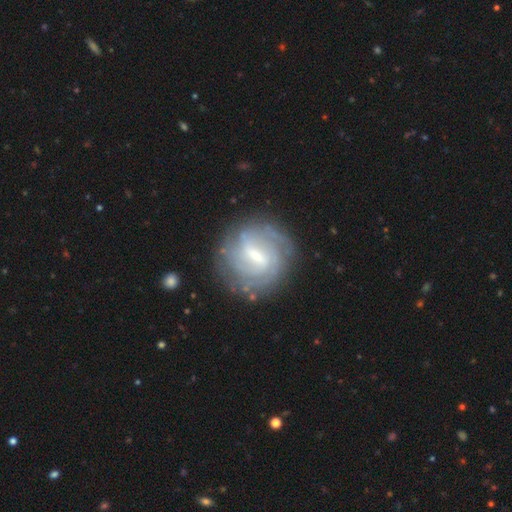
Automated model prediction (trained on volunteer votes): This is clearly a featured or disk galaxy (81%). It is clearly not viewed edge-on (97%). Bar: possibly weak (51%). Spiral arm pattern: clearly yes (91%). Spiral arm count: marginally can't tell (40%). Spiral winding: likely tight (64%). Central bulge: possibly small (47%). Merging: likely none (78%).